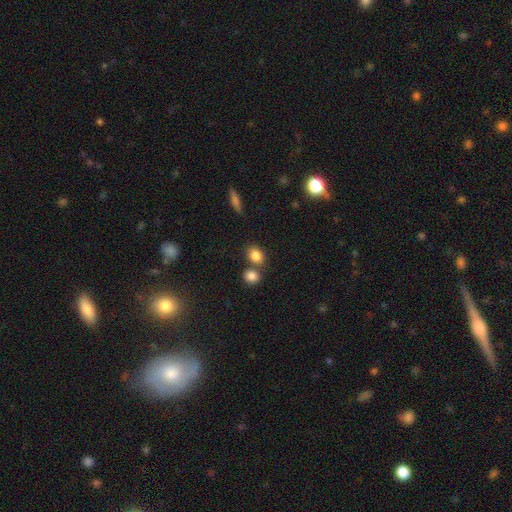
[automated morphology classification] Overall: smooth (84%). How rounded: in between (59%; round 40%). Merging: none (58%; merger 29%).